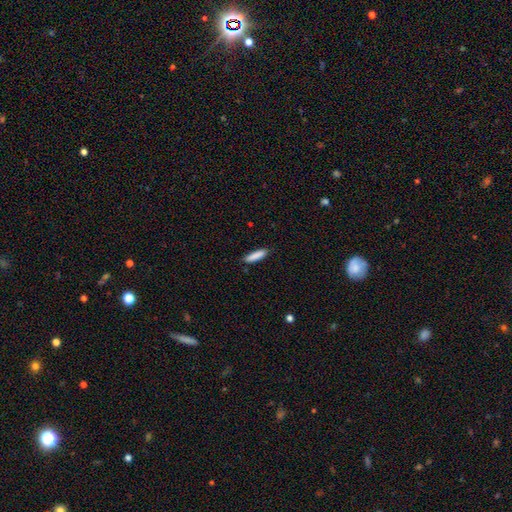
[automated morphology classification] Smooth or featured? smooth (87%)
How rounded? cigar-shaped (75%)
Merging? none (88%)